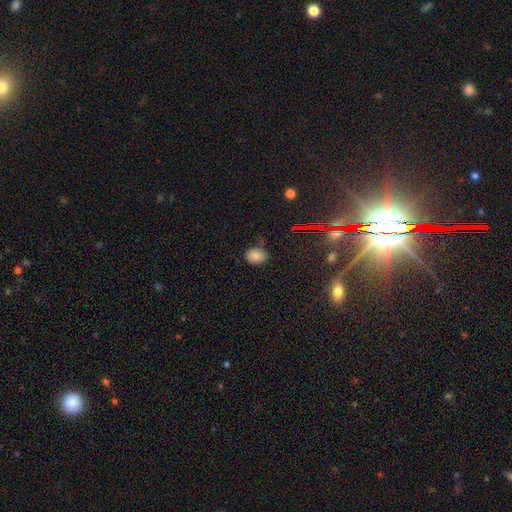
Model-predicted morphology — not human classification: Smooth or featured: smooth — 81% (star or artifact — 13%)
How rounded: in between — 75% (round — 24%)
Merging: none — 74% (minor disturbance — 19%)